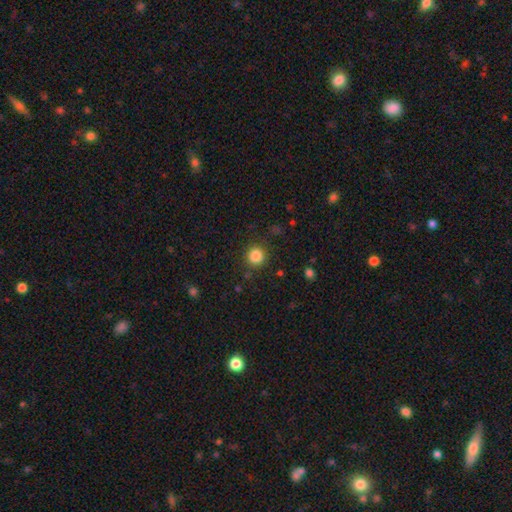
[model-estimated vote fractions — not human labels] Smooth or featured: smooth — 85% (star or artifact — 11%)
How rounded: round — 92% (in between — 7%)
Merging: none — 88% (minor disturbance — 8%)